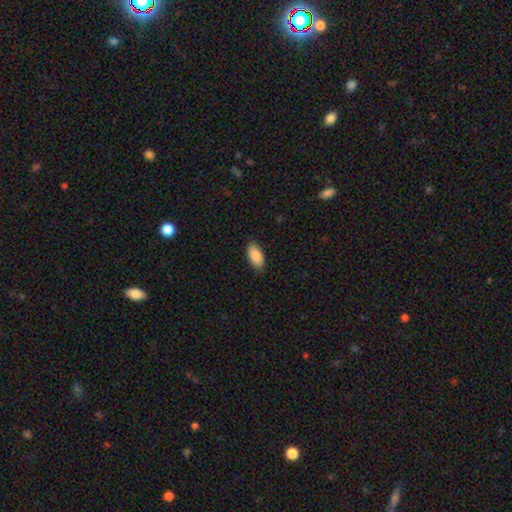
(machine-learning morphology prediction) Q: Smooth or featured?
A: smooth (88%); runner-up: star or artifact (6%)
Q: How rounded?
A: in between (91%); runner-up: cigar-shaped (8%)
Q: Merging?
A: none (86%); runner-up: minor disturbance (11%)